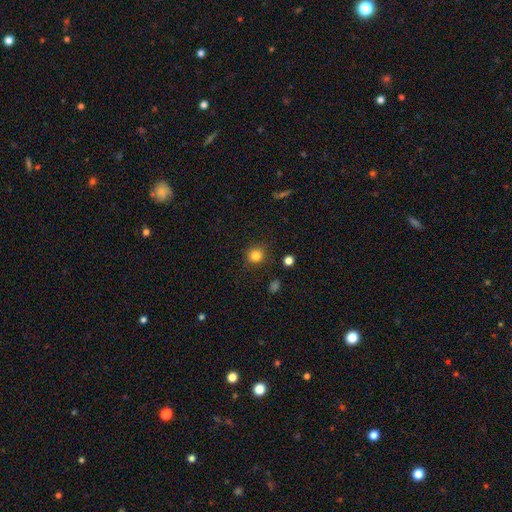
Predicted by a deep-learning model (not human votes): This is clearly a smooth galaxy (83%). How rounded: clearly round (89%). Merging: clearly none (87%).